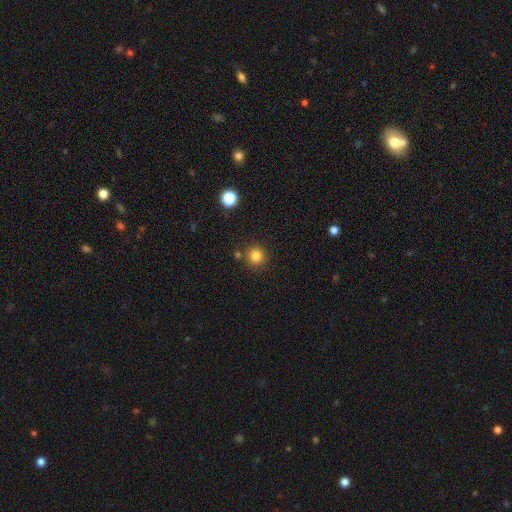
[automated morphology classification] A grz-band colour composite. It shows a smooth galaxy with no disk features (82%) that is round (93%). Merging: none (83%).